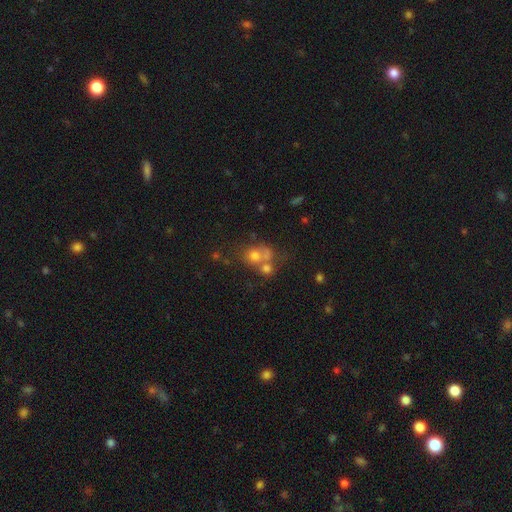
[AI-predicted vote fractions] Overall: smooth (61%; featured or disk 21%). How rounded: round (73%). Merging: merger (44%; none 40%).